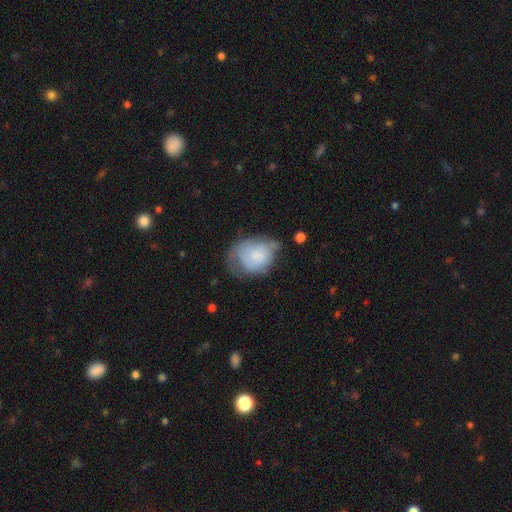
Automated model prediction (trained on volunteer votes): Smooth or featured?
  - smooth: 55% *
  - featured or disk: 38%
  - star or artifact: 8%
How rounded?
  - in between: 53% *
  - round: 46%
  - cigar-shaped: 1%
Merging?
  - minor disturbance: 37% *
  - major disturbance: 30%
  - none: 29%
  - merger: 4%